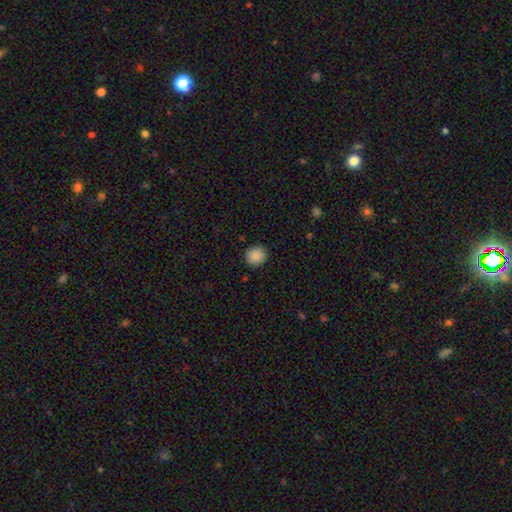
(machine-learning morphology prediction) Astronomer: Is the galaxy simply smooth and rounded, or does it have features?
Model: smooth — 89%.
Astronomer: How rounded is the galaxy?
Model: round — 87%.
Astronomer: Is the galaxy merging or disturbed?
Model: none — 89%.